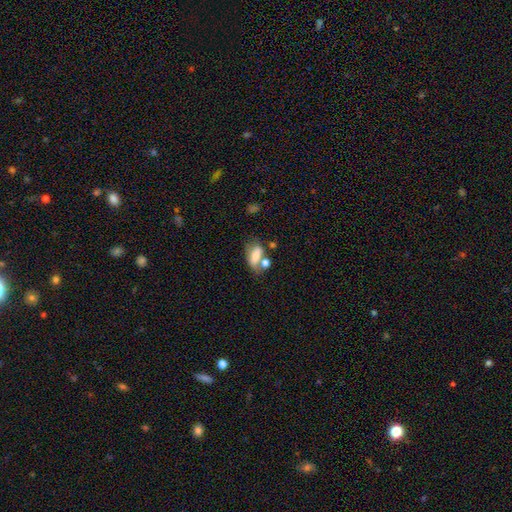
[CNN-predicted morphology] The model was most divided on "merging": none: 41%, merger: 30%, minor disturbance: 18%, major disturbance: 11%. More confident: how rounded — in between (78%); smooth or featured — smooth (69%).